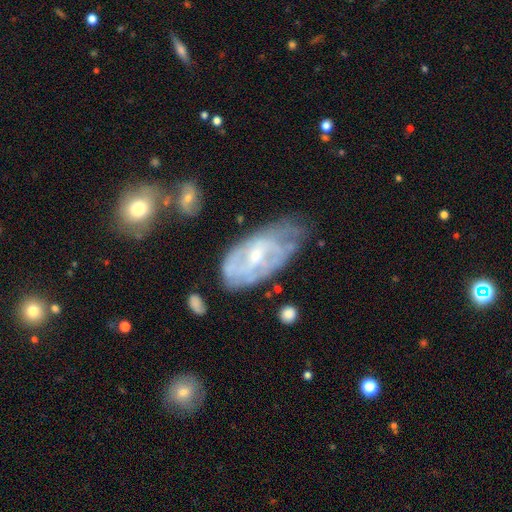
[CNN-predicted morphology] Smooth or featured? Predicted: featured or disk (p=0.73). Edge-on disk? Predicted: no (p=0.94). Bar? Predicted: no (p=0.46). Spiral arms? Predicted: yes (p=0.73). Bulge size? Predicted: small (p=0.65). Merging? Predicted: none (p=0.51).